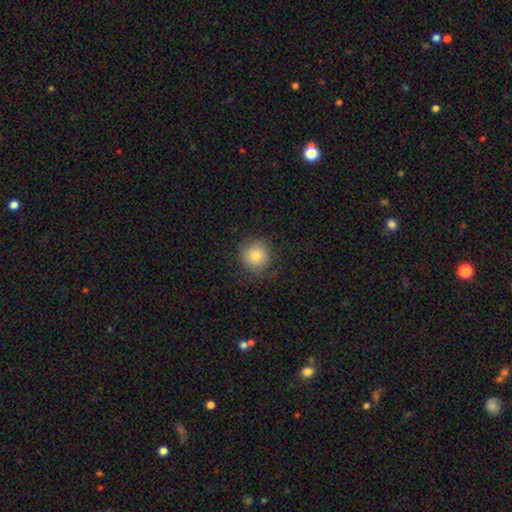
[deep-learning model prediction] Overall: smooth (80%). How rounded: round (92%). Merging: none (82%).